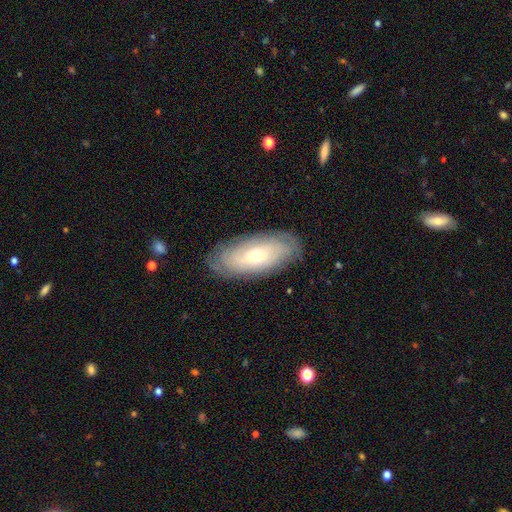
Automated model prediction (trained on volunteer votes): Overall: featured or disk (61%; smooth 31%). Edge-on disk: no (87%). Bar: no (78%). Spiral arms: yes (72%). Bulge size: small (61%; moderate 35%). Merging: none (83%).